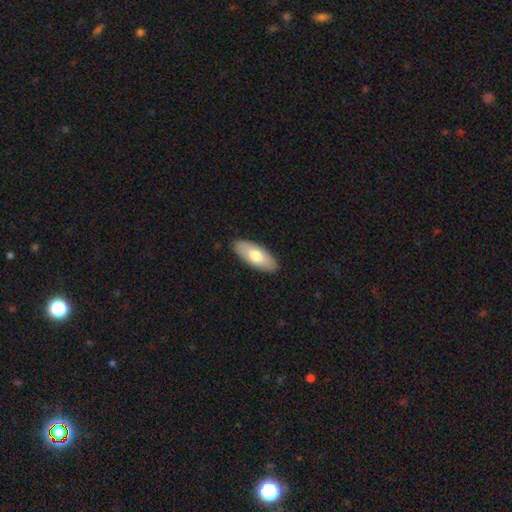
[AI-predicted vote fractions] smooth 71%, featured or disk 24%, star or artifact 5%. Down the decision tree: how rounded — in between (87%); merging — none (88%).